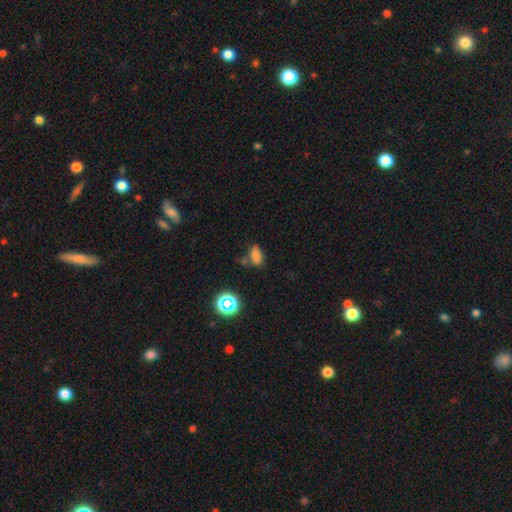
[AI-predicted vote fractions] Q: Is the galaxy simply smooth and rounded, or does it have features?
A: smooth — 70%.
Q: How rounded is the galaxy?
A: in between — 84%.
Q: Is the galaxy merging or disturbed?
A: none — 45%.